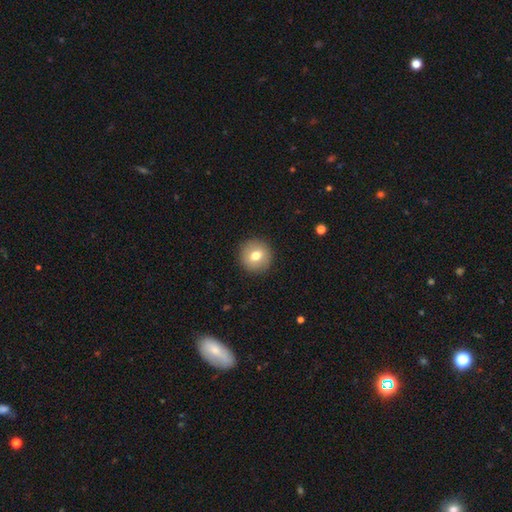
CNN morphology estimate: smooth_or_featured: smooth (p=0.72) [alt: featured or disk p=0.19]
how_rounded: round (p=0.93) [alt: in between p=0.06]
merging: none (p=0.91) [alt: minor disturbance p=0.06]